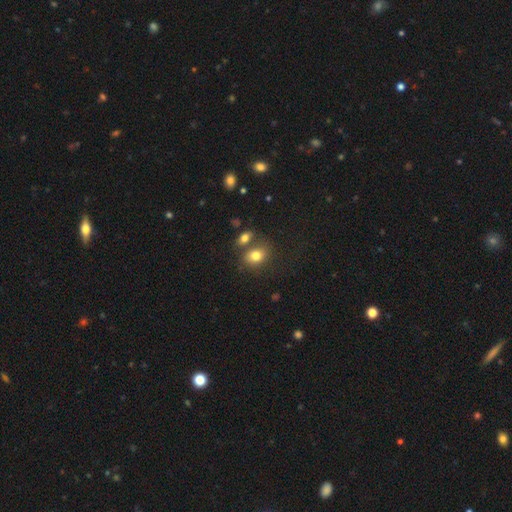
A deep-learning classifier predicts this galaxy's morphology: smooth 79%, star or artifact 11%, featured or disk 10%. Down the decision tree: how rounded — in between (60%); merging — none (56%).